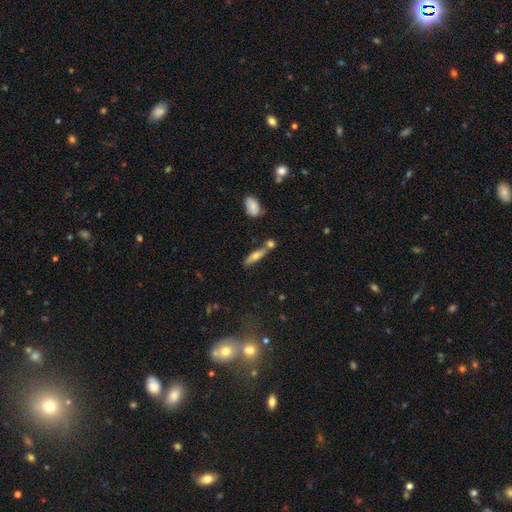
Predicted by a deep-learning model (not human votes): smooth 54%, featured or disk 38%, star or artifact 8%. Down the decision tree: how rounded — cigar-shaped (73%); merging — none (63%).